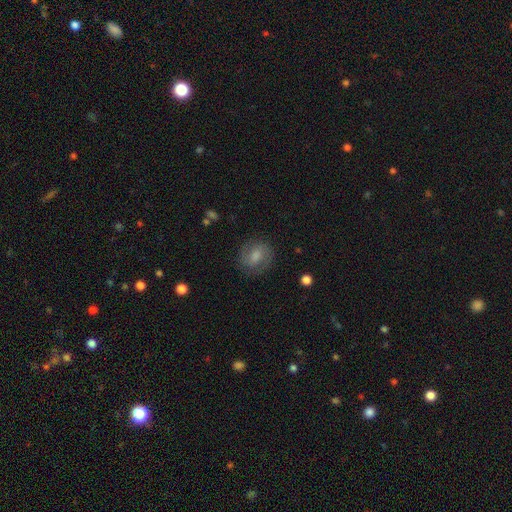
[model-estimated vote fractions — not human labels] A featured or disk galaxy (46%). Merging: none (80%).